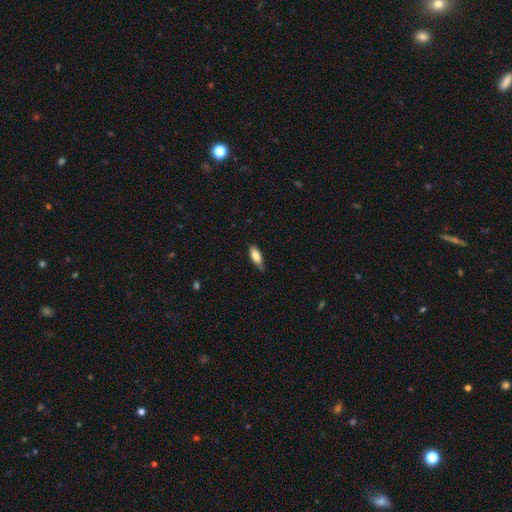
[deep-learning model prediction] This is likely a smooth galaxy (77%). How rounded: likely in between (77%). Merging: likely none (70%).